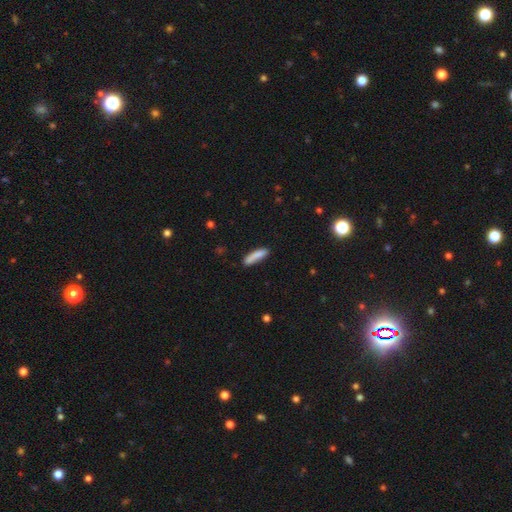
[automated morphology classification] This is clearly a smooth galaxy (83%). How rounded: likely cigar-shaped (74%). Merging: likely none (74%).